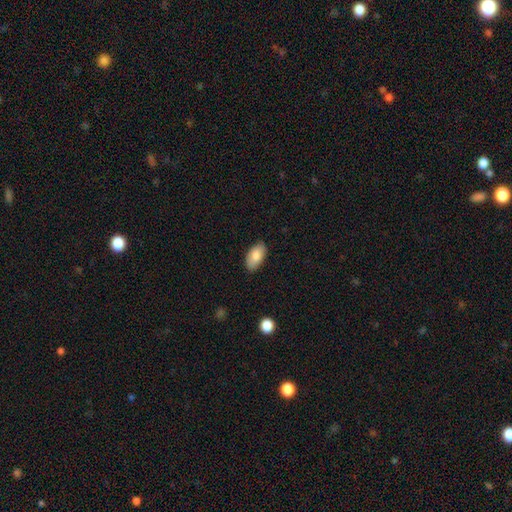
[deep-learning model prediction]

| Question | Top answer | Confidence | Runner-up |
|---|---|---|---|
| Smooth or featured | smooth | 83% | featured or disk (10%) |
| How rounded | in between | 95% | round (3%) |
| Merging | none | 84% | minor disturbance (13%) |